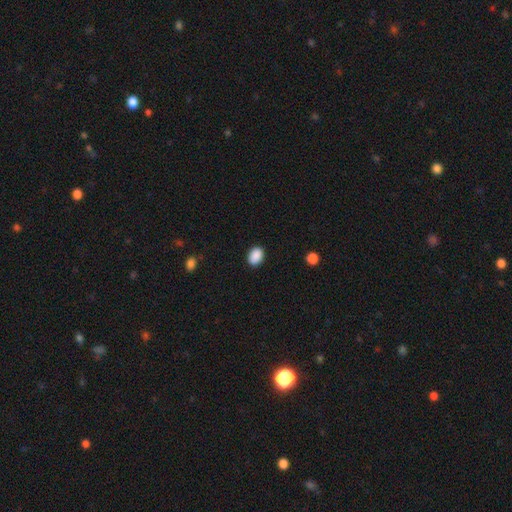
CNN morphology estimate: This is clearly a smooth galaxy (90%). How rounded: likely in between (75%). Merging: clearly none (88%).